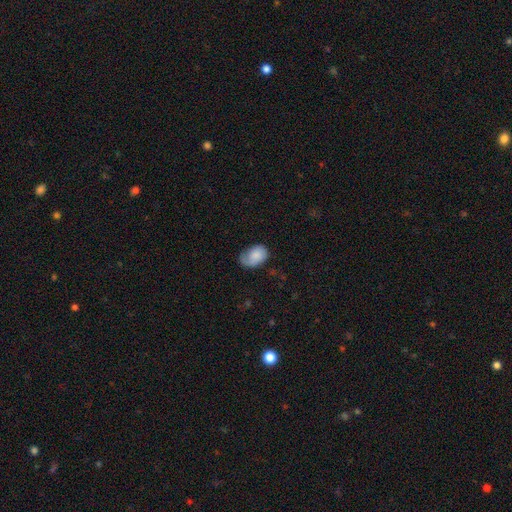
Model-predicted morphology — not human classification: smooth 67%, featured or disk 26%, star or artifact 7%. Down the decision tree: how rounded — in between (84%); merging — none (47%).